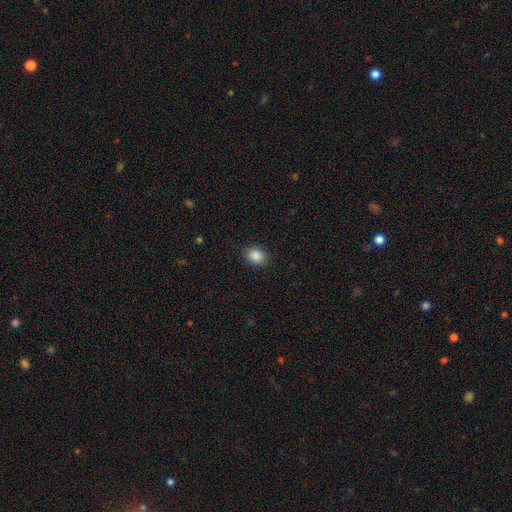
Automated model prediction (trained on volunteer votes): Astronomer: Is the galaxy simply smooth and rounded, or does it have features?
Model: smooth — 88%.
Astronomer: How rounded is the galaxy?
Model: round — 50% (runner-up: in between, 49%).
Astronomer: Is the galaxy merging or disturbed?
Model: none — 88%.